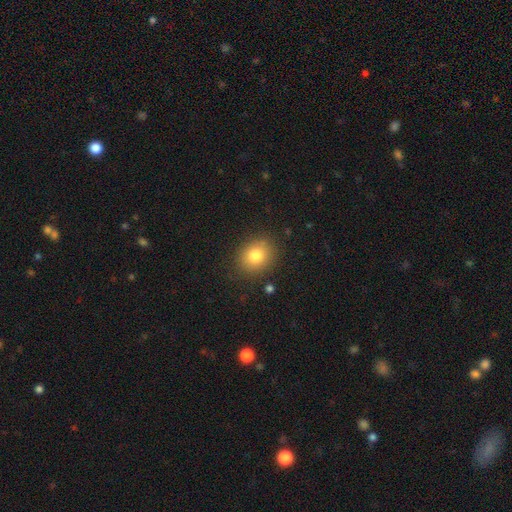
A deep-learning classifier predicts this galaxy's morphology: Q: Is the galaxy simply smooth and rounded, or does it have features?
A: smooth — 80%.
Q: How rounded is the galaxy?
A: round — 60%.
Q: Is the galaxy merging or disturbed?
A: none — 85%.